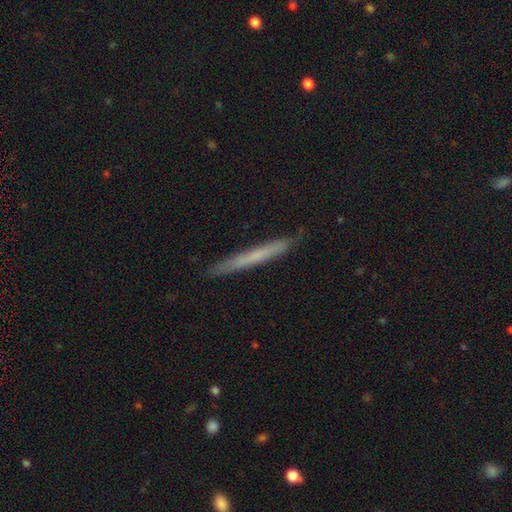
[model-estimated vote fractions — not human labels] Q: Smooth or featured?
A: smooth (54%); runner-up: featured or disk (39%)
Q: How rounded?
A: cigar-shaped (97%); runner-up: in between (2%)
Q: Merging?
A: none (90%); runner-up: minor disturbance (8%)